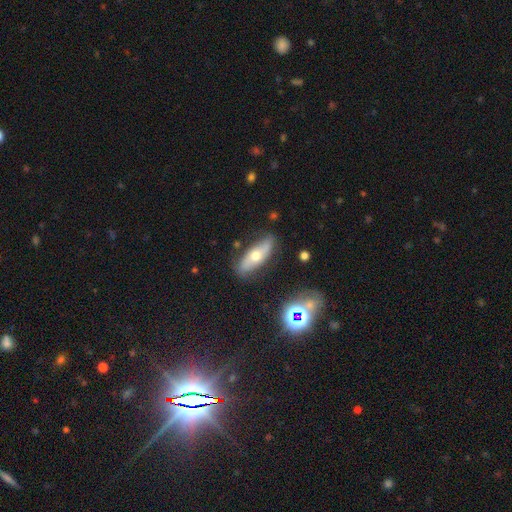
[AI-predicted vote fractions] smooth_or_featured: smooth (p=0.47) [alt: featured or disk p=0.45]
merging: none (p=0.80) [alt: minor disturbance p=0.15]